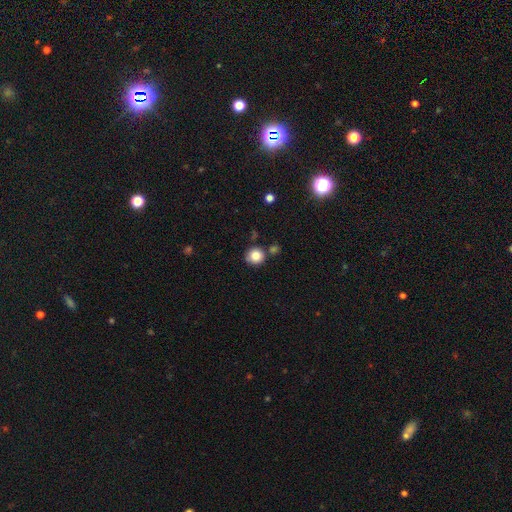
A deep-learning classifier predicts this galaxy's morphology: This appears to be a smooth galaxy with no disk features (82%) that is round (91%). Merging: none (78%).